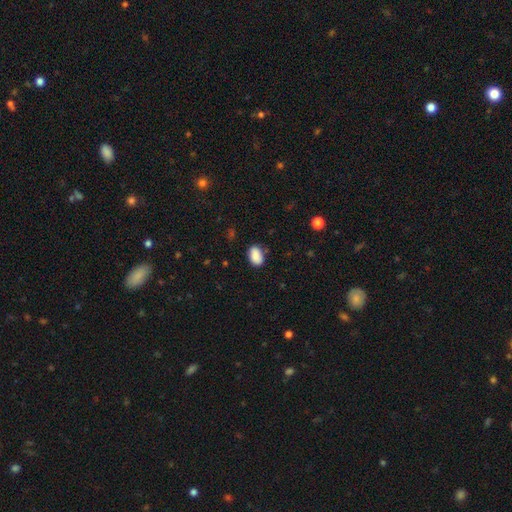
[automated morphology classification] This appears to be a smooth galaxy with no disk features (88%) that is in between round and cigar-shaped (88%). Merging: none (78%).